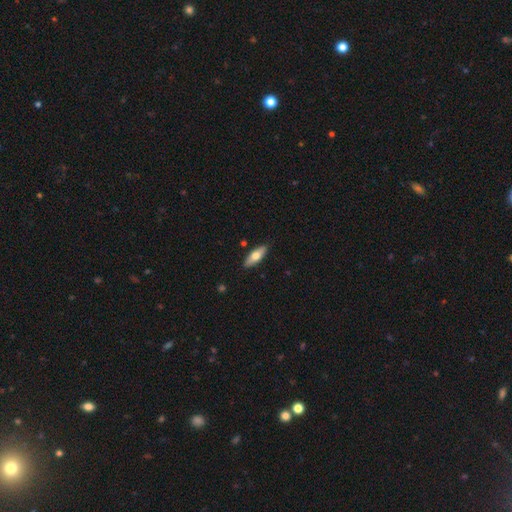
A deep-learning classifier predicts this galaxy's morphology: The model was most divided on "how rounded": in between: 64%, cigar-shaped: 34%, round: 2%. More confident: merging — none (88%); smooth or featured — smooth (64%).